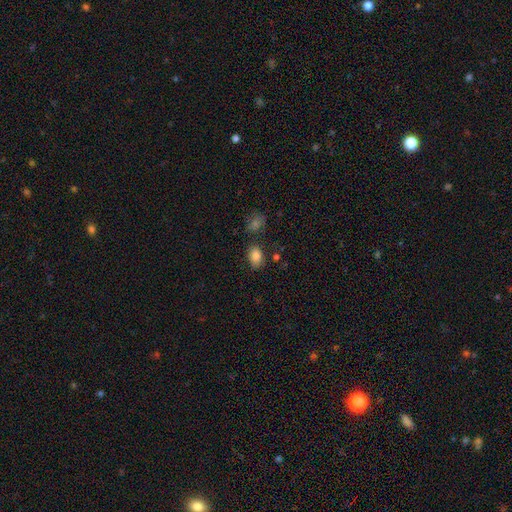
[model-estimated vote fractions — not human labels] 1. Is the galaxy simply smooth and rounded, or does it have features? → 84% smooth, 9% star or artifact, 6% featured or disk.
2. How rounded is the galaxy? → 82% in between, 17% round, 1% cigar-shaped.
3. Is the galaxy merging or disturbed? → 78% none, 14% minor disturbance, 5% merger, 3% major disturbance.